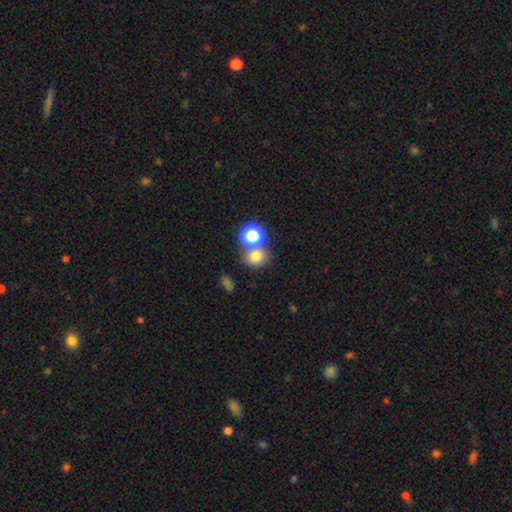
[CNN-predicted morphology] smooth_or_featured: smooth (p=0.72) [alt: star or artifact p=0.19]
how_rounded: round (p=0.78) [alt: in between p=0.21]
merging: none (p=0.60) [alt: merger p=0.28]